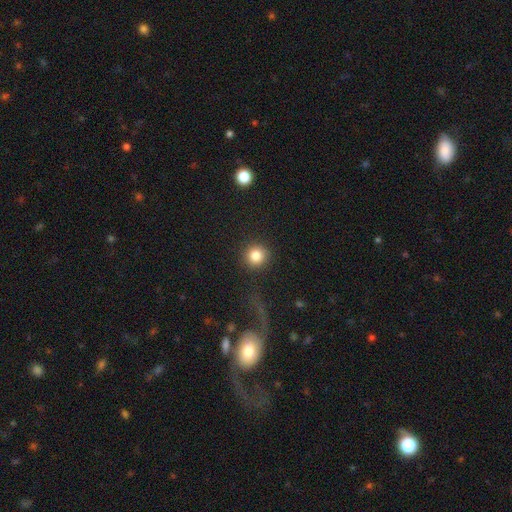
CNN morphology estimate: A smooth galaxy with no disk features (84%) that is round (94%). Merging: none (89%).